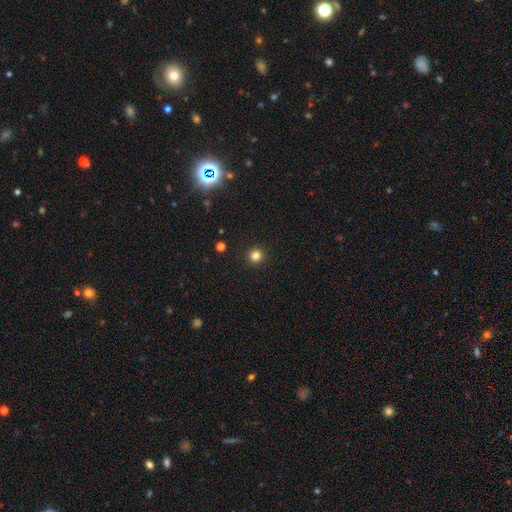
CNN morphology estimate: The model was most divided on "smooth or featured": smooth: 82%, star or artifact: 14%, featured or disk: 4%. More confident: how rounded — round (96%); merging — none (93%).